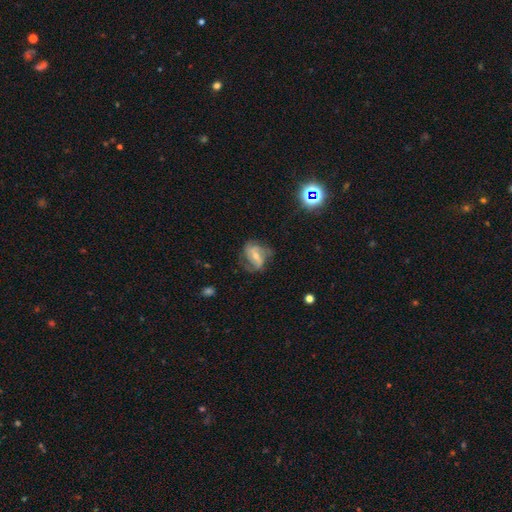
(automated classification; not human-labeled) Q: Smooth or featured?
A: featured or disk (79%); runner-up: smooth (14%)
Q: Edge-on disk?
A: no (97%); runner-up: yes (3%)
Q: Bar?
A: weak (43%); runner-up: strong (32%)
Q: Spiral arms?
A: yes (92%); runner-up: no (8%)
Q: Spiral winding?
A: medium (48%); runner-up: loose (27%)
Q: Spiral arm count?
A: 2 (56%); runner-up: 3 (21%)
Q: Bulge size?
A: moderate (48%); runner-up: small (47%)
Q: Merging?
A: none (62%); runner-up: minor disturbance (22%)